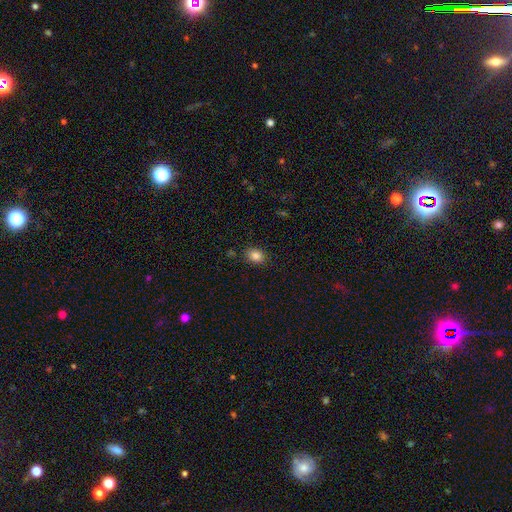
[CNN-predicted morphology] Smooth or featured? smooth (85%)
How rounded? in between (59%)
Merging? none (86%)